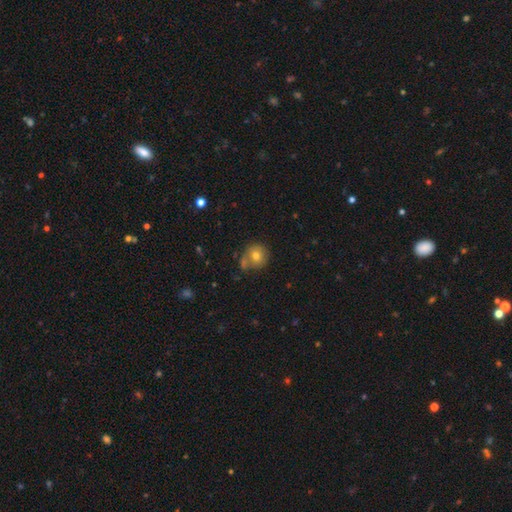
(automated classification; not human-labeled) smooth_or_featured: smooth (p=0.75) [alt: featured or disk p=0.15]
how_rounded: round (p=0.86) [alt: in between p=0.13]
merging: none (p=0.61) [alt: merger p=0.20]